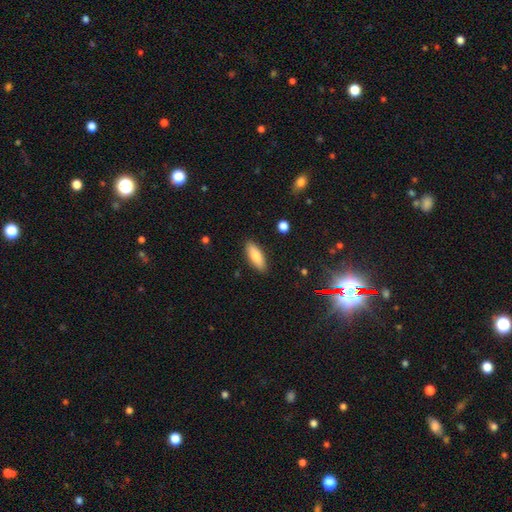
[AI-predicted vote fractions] smooth_or_featured: smooth (p=0.83) [alt: featured or disk p=0.11]
how_rounded: in between (p=0.66) [alt: cigar-shaped p=0.32]
merging: none (p=0.88) [alt: minor disturbance p=0.08]